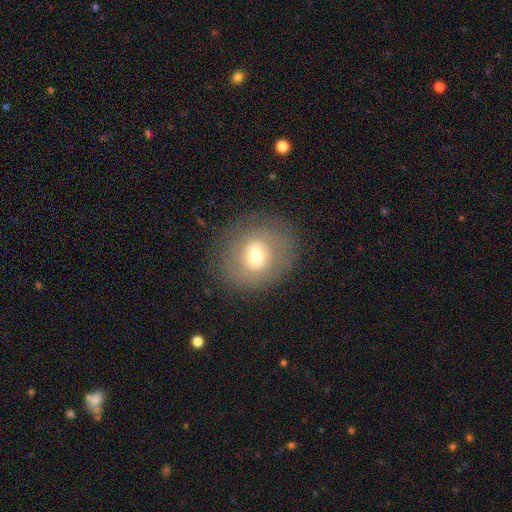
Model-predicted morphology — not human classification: Smooth or featured: smooth — 55% (featured or disk — 34%)
How rounded: round — 74% (in between — 25%)
Merging: none — 82% (minor disturbance — 11%)